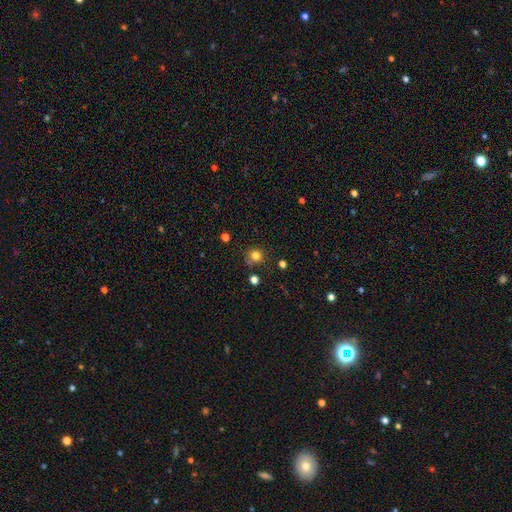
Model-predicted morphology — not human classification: Smooth or featured?
  - smooth: 79% *
  - star or artifact: 15%
  - featured or disk: 6%
How rounded?
  - round: 88% *
  - in between: 11%
  - cigar-shaped: 1%
Merging?
  - none: 75% *
  - minor disturbance: 15%
  - merger: 6%
  - major disturbance: 4%